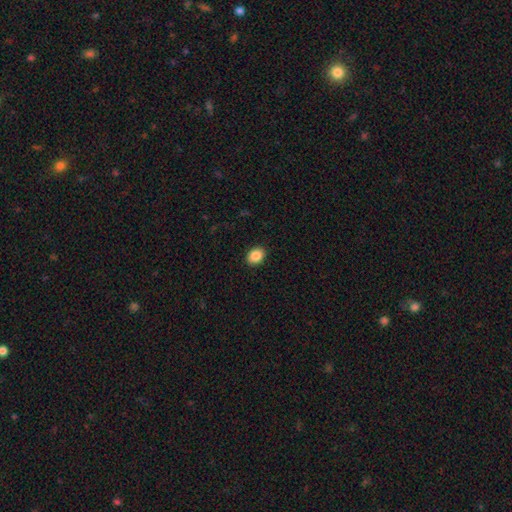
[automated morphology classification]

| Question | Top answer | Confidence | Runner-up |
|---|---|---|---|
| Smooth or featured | smooth | 87% | star or artifact (8%) |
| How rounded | in between | 61% | round (38%) |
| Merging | none | 91% | minor disturbance (7%) |